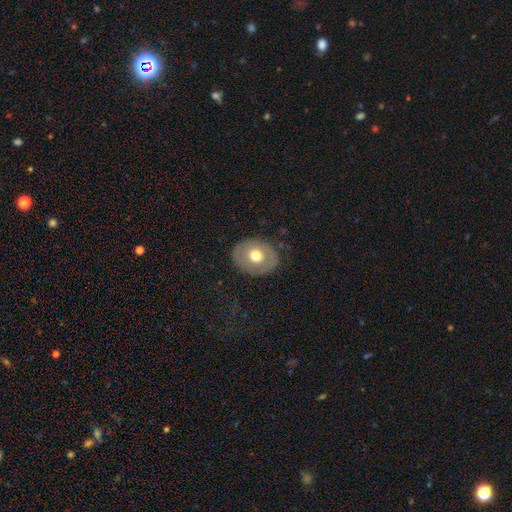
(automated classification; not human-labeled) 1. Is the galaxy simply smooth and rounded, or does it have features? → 53% smooth, 40% featured or disk, 7% star or artifact.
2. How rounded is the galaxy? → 50% round, 49% in between, 1% cigar-shaped.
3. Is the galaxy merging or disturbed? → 82% none, 12% minor disturbance, 4% major disturbance, 1% merger.